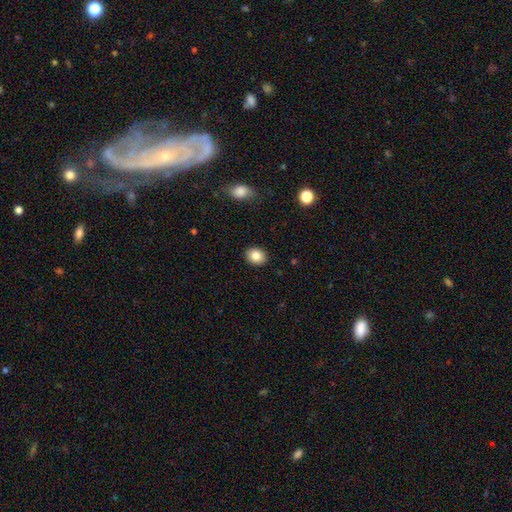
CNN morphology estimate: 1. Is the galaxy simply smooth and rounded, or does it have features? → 84% smooth, 9% star or artifact, 7% featured or disk.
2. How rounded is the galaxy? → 51% round, 49% in between, 1% cigar-shaped.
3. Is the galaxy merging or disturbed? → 90% none, 7% minor disturbance, 2% major disturbance, 1% merger.